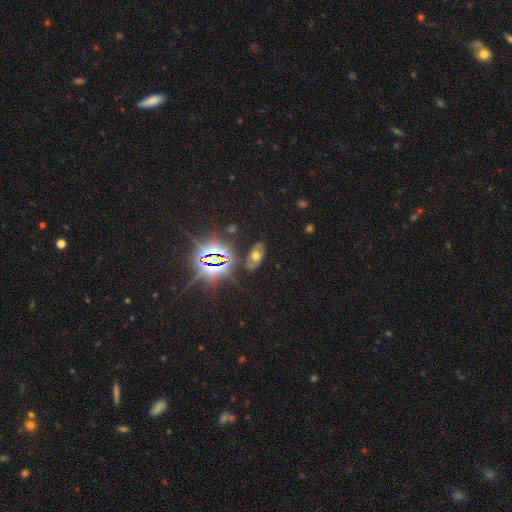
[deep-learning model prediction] This is marginally a star or artifact rather than a galaxy (38%).